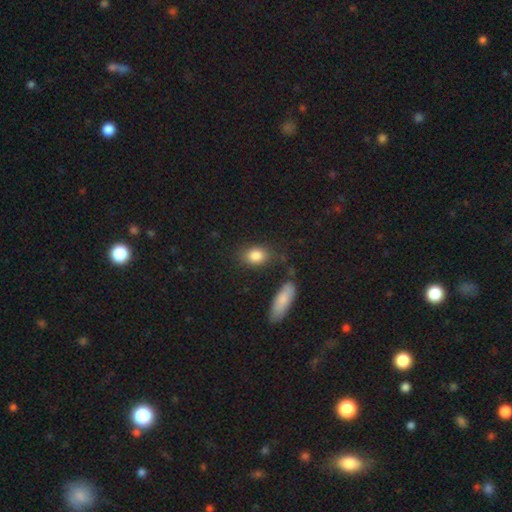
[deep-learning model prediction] Smooth or featured? smooth (85%)
How rounded? in between (68%)
Merging? none (77%)